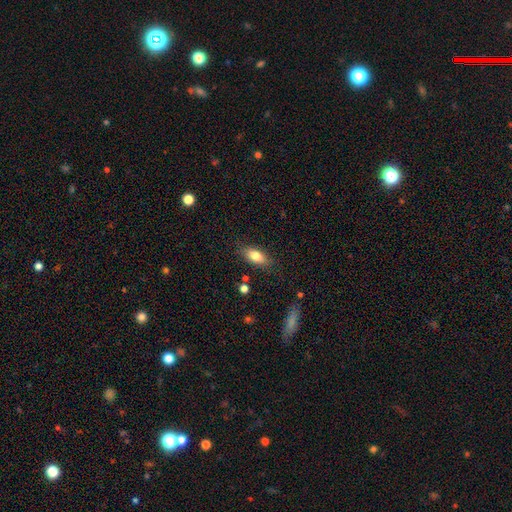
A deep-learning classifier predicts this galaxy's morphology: A smooth galaxy with no disk features (78%) that is in between round and cigar-shaped (83%).

Vote fractions:
- Smooth or featured? smooth: 78% / featured or disk: 14% / star or artifact: 8%
- How rounded? in between: 83% / cigar-shaped: 13% / round: 4%
- Merging? none: 81% / minor disturbance: 14% / major disturbance: 3% / merger: 2%